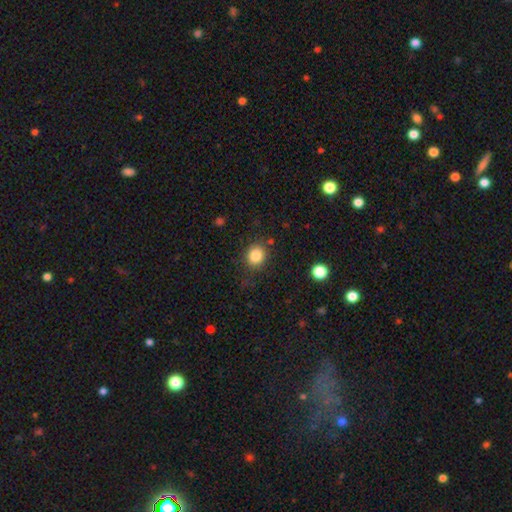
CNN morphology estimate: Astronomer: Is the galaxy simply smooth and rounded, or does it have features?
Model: smooth — 84%.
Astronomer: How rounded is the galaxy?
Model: round — 79%.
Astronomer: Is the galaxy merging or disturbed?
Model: none — 82%.